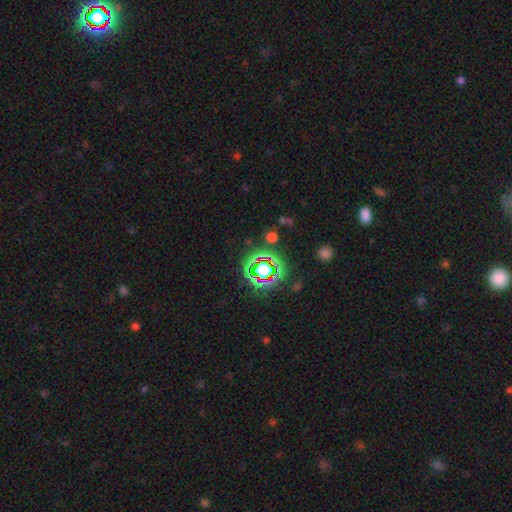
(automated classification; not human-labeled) A star or artifact, not a galaxy (74%).